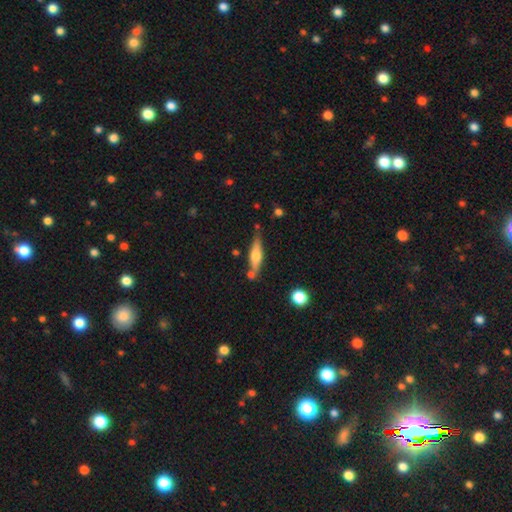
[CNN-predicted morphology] The model was most divided on "smooth or featured" (2-way tie): smooth: 47%, featured or disk: 47%, star or artifact: 6%. More confident: merging — none (70%).